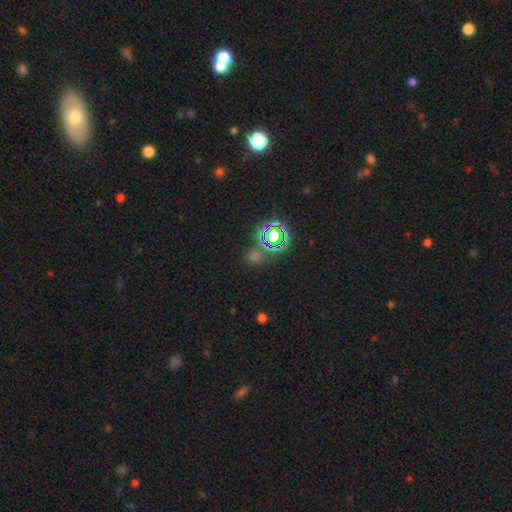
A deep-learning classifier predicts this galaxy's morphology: Q: Smooth or featured?
A: star or artifact (62%); runner-up: smooth (31%)